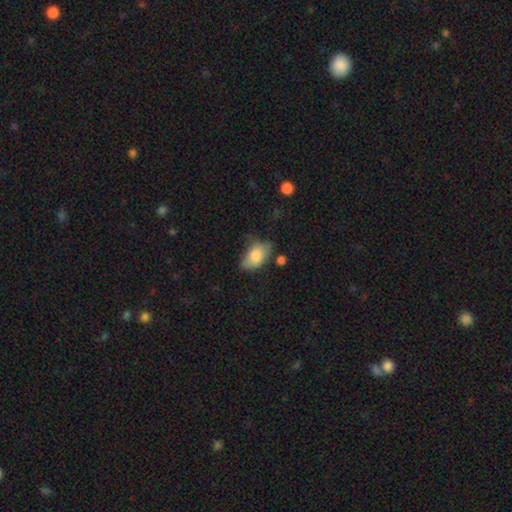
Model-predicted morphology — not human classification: This appears to be a smooth galaxy with no disk features (78%) that is in between round and cigar-shaped (91%). Merging: none (51%).